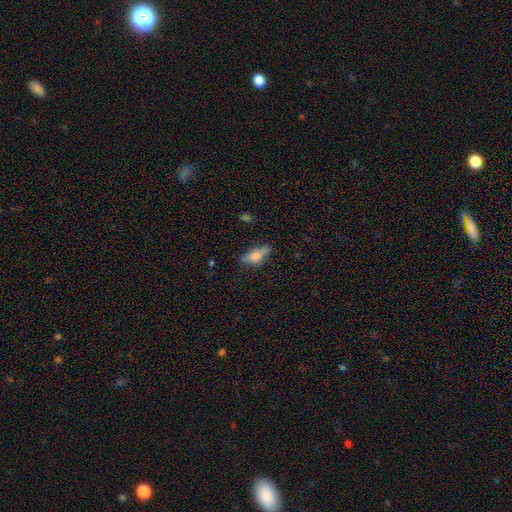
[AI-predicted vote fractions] smooth-or-featured: smooth: 66% | featured or disk: 26% | star or artifact: 8%
  how-rounded: in between: 70% | cigar-shaped: 26% | round: 4%
  merging: none: 65% | minor disturbance: 24% | major disturbance: 8% | merger: 3%